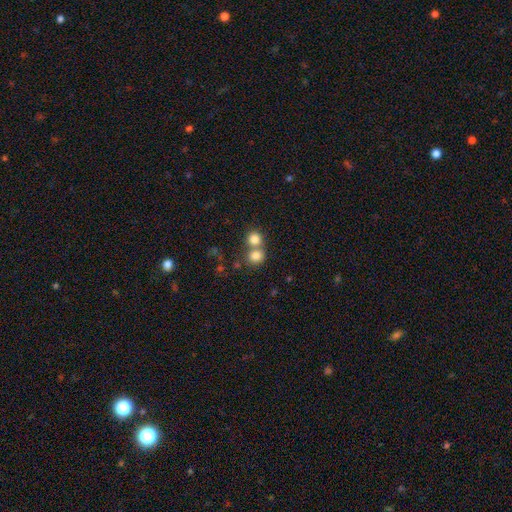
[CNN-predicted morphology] smooth_or_featured: smooth (p=0.80) [alt: star or artifact p=0.12]
how_rounded: round (p=0.85) [alt: in between p=0.14]
merging: none (p=0.47) [alt: merger p=0.45]